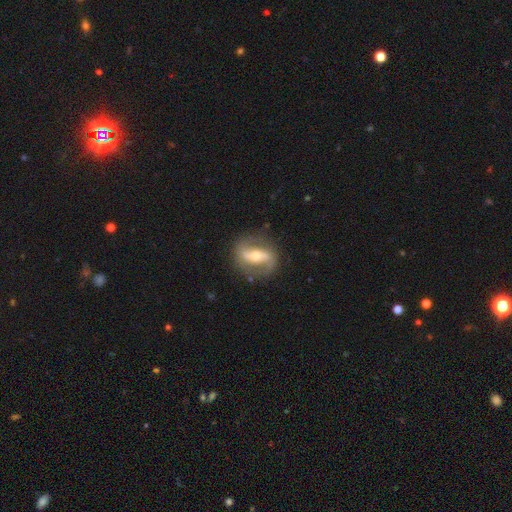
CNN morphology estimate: The model was most divided on "spiral winding": loose: 41%, medium: 39%, tight: 19%. More confident: edge-on disk — no (91%); spiral arm count — 2 (88%); spiral arms — yes (81%); merging — none (81%); smooth or featured — featured or disk (79%); bulge size — moderate (60%); bar — strong (57%).